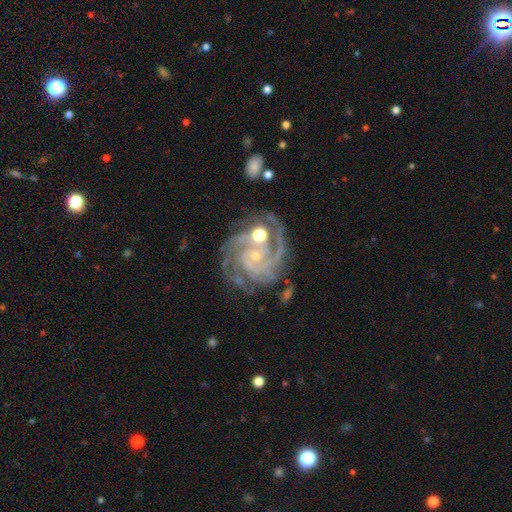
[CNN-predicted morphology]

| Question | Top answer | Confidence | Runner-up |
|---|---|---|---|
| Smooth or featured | featured or disk | 90% | star or artifact (6%) |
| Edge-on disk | no | 98% | yes (2%) |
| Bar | no | 72% | weak (21%) |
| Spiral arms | yes | 98% | no (2%) |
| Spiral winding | tight | 68% | medium (28%) |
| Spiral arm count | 3 | 33% | 2 (23%) |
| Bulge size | small | 72% | moderate (22%) |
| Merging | none | 60% | minor disturbance (19%) |